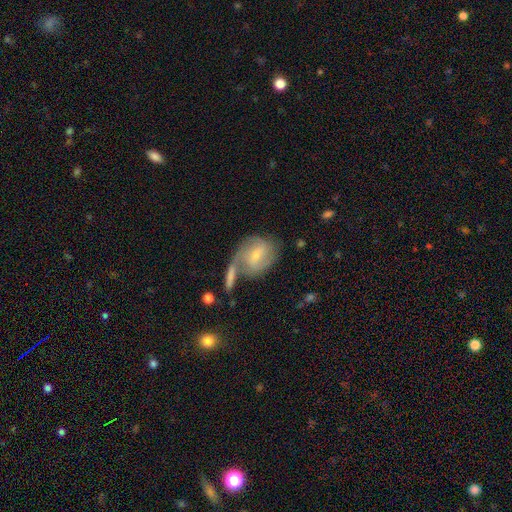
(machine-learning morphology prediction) Smooth or featured? featured or disk (50%)
Merging? none (40%)